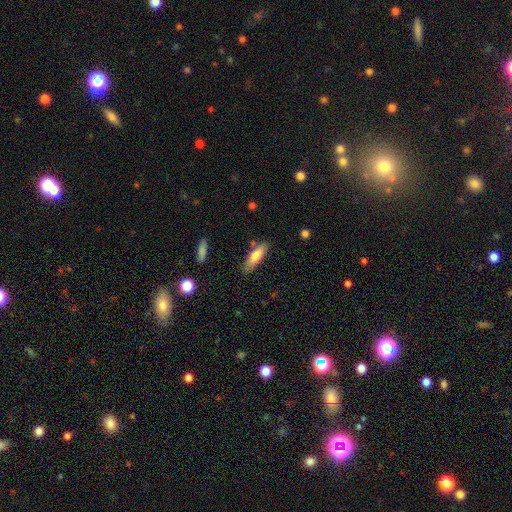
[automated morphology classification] Smooth or featured? smooth (76%)
How rounded? cigar-shaped (53%)
Merging? none (80%)